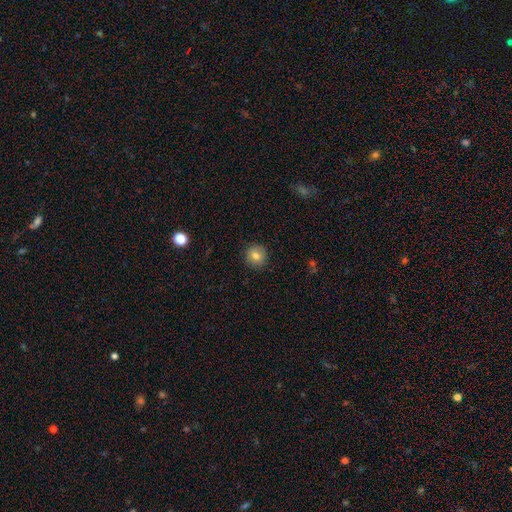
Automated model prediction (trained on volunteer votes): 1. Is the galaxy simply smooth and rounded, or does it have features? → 80% smooth, 10% star or artifact, 10% featured or disk.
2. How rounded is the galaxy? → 94% round, 5% in between, 1% cigar-shaped.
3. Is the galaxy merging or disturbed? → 91% none, 6% minor disturbance, 2% major disturbance, 1% merger.